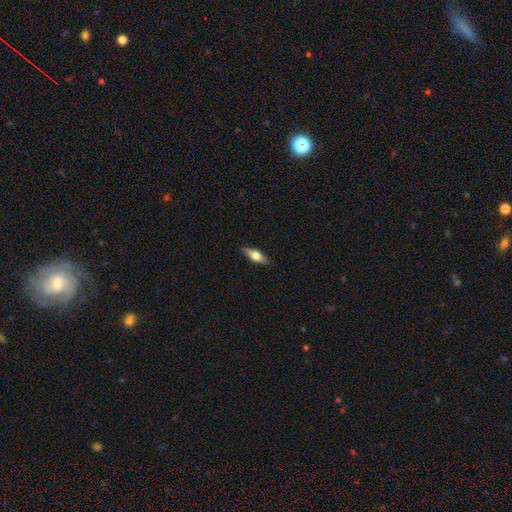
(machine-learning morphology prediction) A smooth galaxy with no disk features (56%) that is in between round and cigar-shaped (63%). Merging: none (86%).